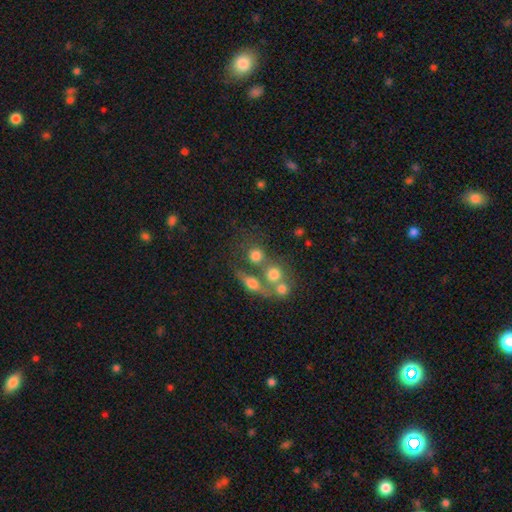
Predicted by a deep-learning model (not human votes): smooth_or_featured: smooth (p=0.72) [alt: featured or disk p=0.15]
how_rounded: round (p=0.83) [alt: in between p=0.14]
merging: none (p=0.50) [alt: merger p=0.32]